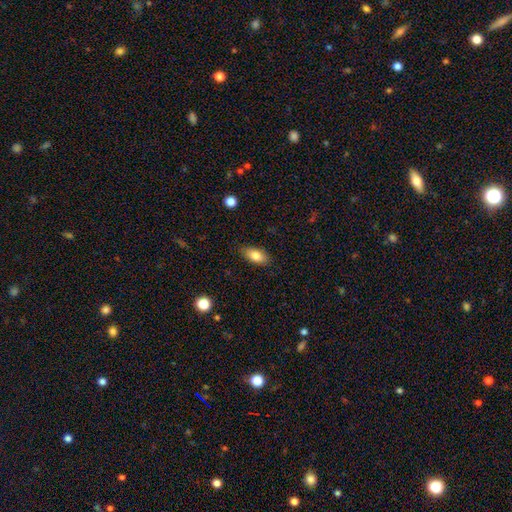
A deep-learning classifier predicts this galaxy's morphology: Smooth or featured? smooth (83%)
How rounded? in between (89%)
Merging? none (85%)